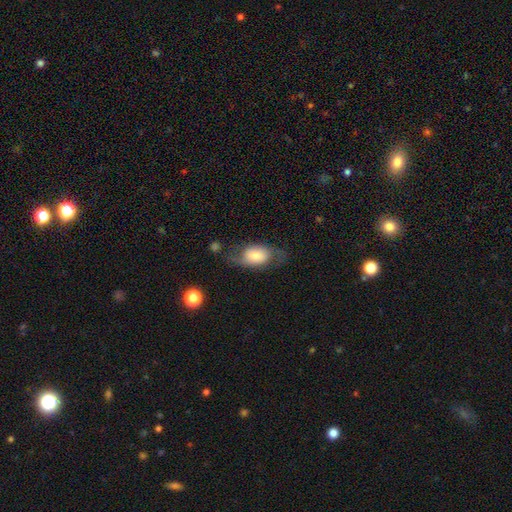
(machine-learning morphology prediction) Q: Smooth or featured?
A: smooth (56%); runner-up: featured or disk (37%)
Q: How rounded?
A: in between (84%); runner-up: round (13%)
Q: Merging?
A: none (55%); runner-up: minor disturbance (25%)